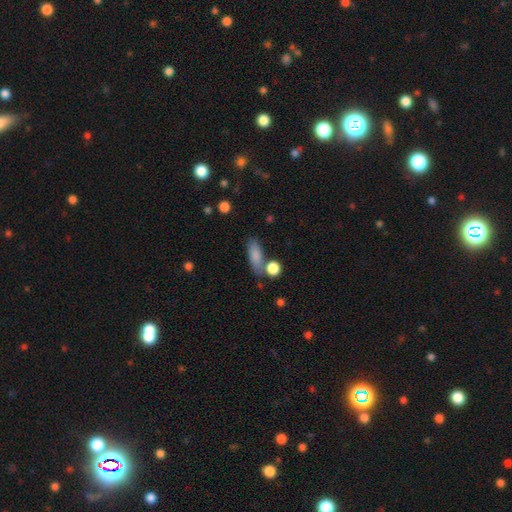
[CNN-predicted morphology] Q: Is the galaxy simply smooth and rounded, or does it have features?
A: smooth — 84%.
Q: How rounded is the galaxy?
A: in between — 70%.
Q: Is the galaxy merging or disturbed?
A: none — 62%.